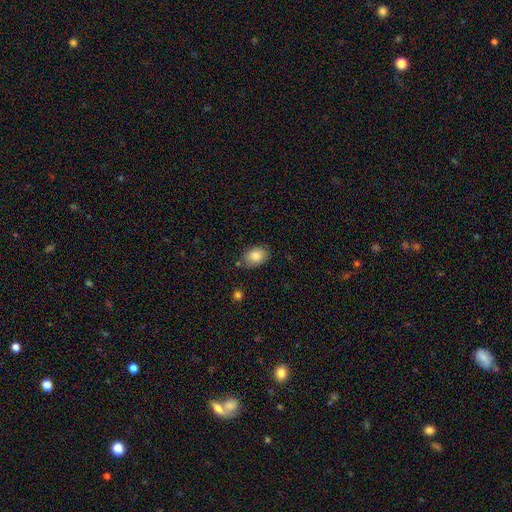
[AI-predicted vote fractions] Smooth or featured: smooth — 85% (featured or disk — 8%)
How rounded: in between — 81% (round — 18%)
Merging: none — 75% (minor disturbance — 18%)